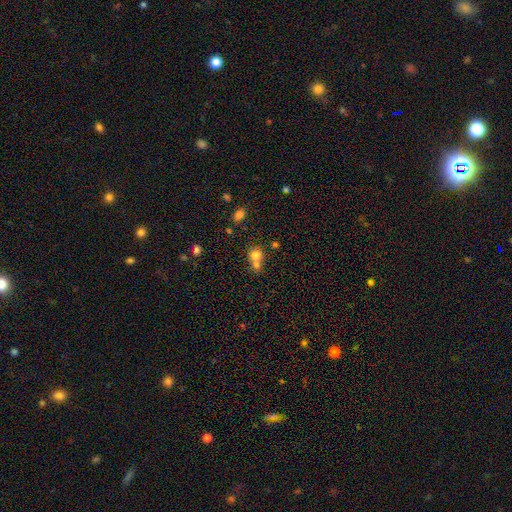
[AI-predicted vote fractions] Morphology: type=smooth (75%); roundness=round (77%); merging=merger (59%).